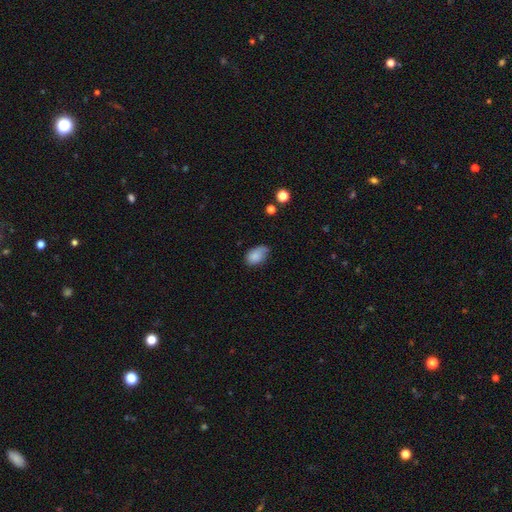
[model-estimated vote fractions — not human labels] The model was most divided on "merging": none: 54%, minor disturbance: 35%, major disturbance: 9%, merger: 2%. More confident: how rounded — in between (89%); smooth or featured — smooth (82%).